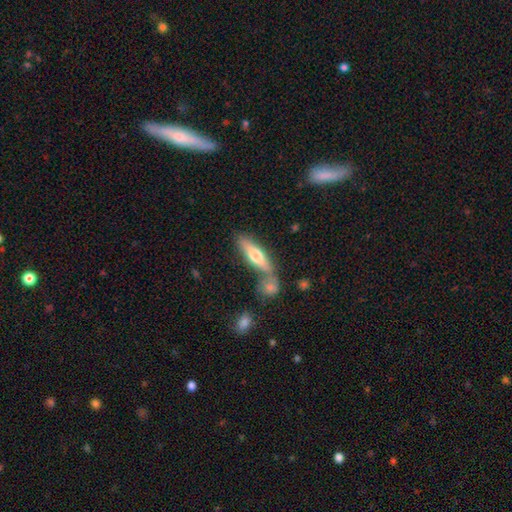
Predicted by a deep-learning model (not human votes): Smooth or featured? smooth (52%)
How rounded? cigar-shaped (67%)
Merging? none (59%)